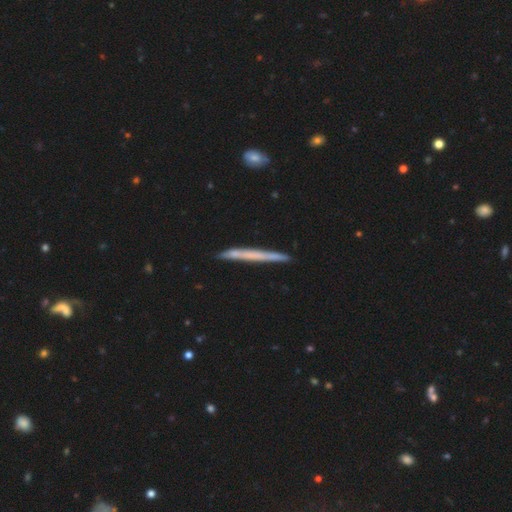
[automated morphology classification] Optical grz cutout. It shows a featured or disk galaxy (47%). Merging: none (87%).